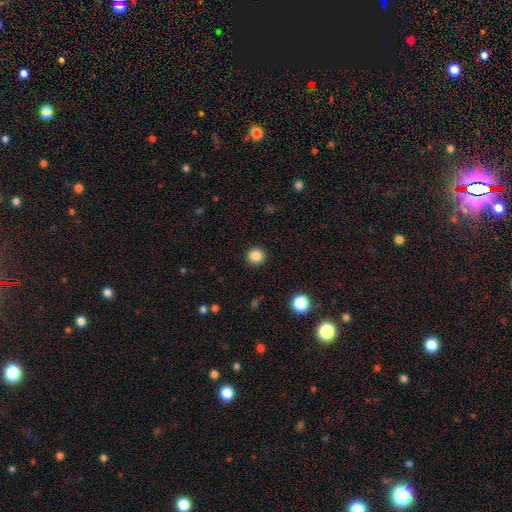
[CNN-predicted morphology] This appears to be a smooth galaxy with no disk features (86%) that is round (93%). Merging: none (92%).